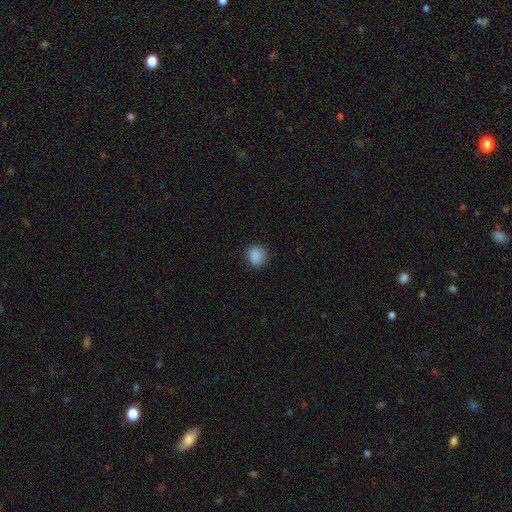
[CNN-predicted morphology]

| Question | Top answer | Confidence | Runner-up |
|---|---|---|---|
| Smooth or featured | smooth | 88% | star or artifact (9%) |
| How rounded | round | 77% | in between (21%) |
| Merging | none | 87% | minor disturbance (9%) |